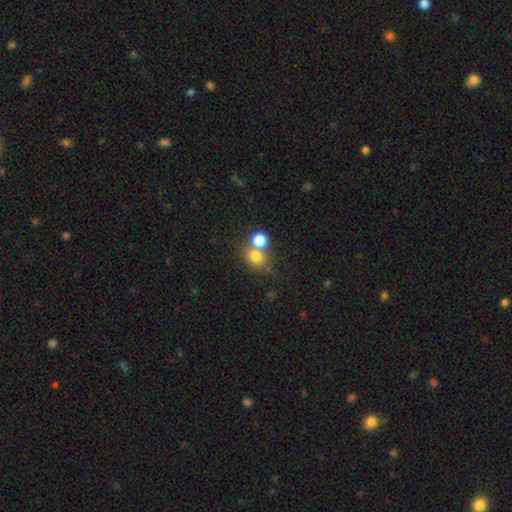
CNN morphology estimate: The model was most divided on "merging": none: 46%, merger: 42%, minor disturbance: 8%, major disturbance: 4%. More confident: how rounded — round (78%); smooth or featured — smooth (76%).